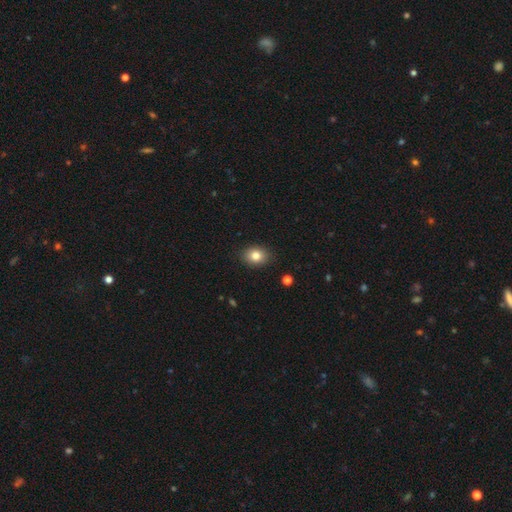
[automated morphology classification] smooth 82%, star or artifact 10%, featured or disk 8%. Down the decision tree: how rounded — in between (59%); merging — none (88%).